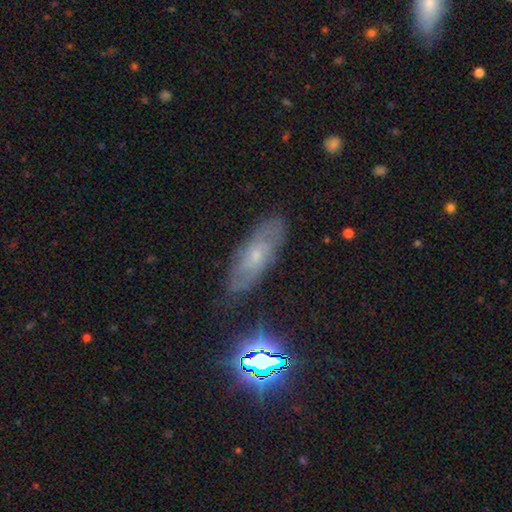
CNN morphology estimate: Smooth or featured? Predicted: featured or disk (p=0.57). Edge-on disk? Predicted: no (p=0.82). Merging? Predicted: none (p=0.76).